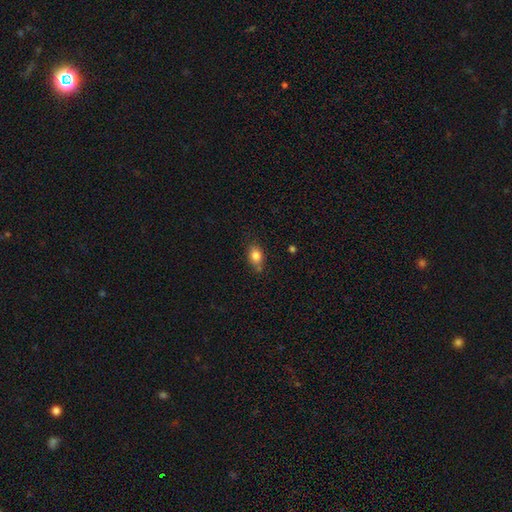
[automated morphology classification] type=smooth (83%); roundness=in between (72%); merging=none (70%).